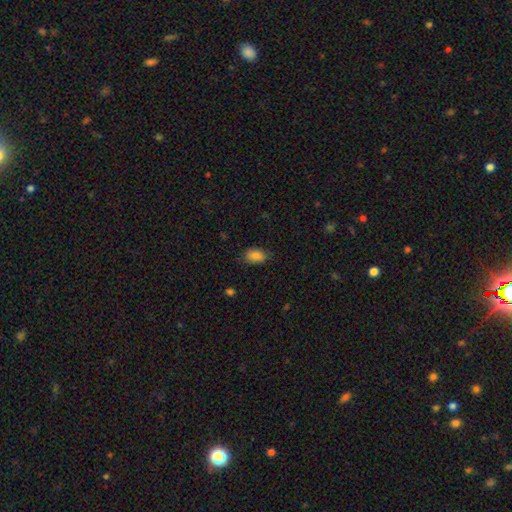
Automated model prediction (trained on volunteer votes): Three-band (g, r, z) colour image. It shows a smooth galaxy with no disk features (84%) that is in between round and cigar-shaped (85%). Merging: none (78%).